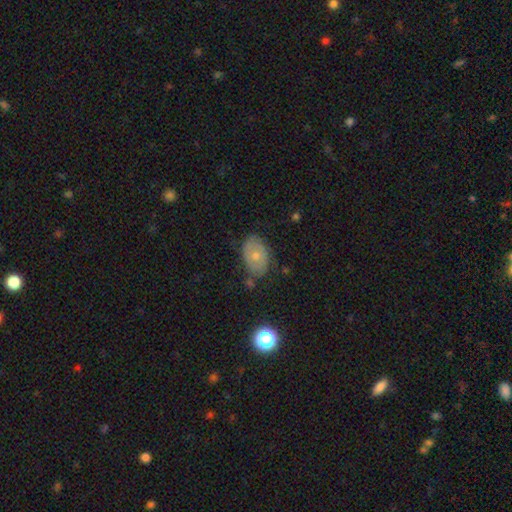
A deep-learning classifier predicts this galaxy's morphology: A smooth galaxy with no disk features (51%) that is in between round and cigar-shaped (82%).

Vote fractions:
- Smooth or featured? smooth: 51% / featured or disk: 40% / star or artifact: 10%
- How rounded? in between: 82% / round: 17% / cigar-shaped: 1%
- Merging? none: 69% / minor disturbance: 22% / major disturbance: 5% / merger: 4%